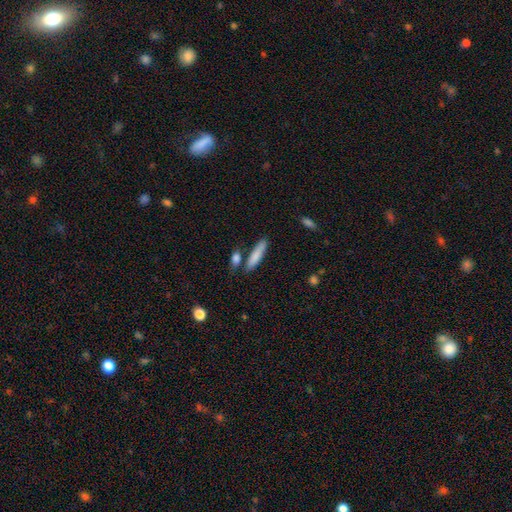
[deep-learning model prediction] Overall: smooth (83%). How rounded: cigar-shaped (75%). Merging: none (75%).